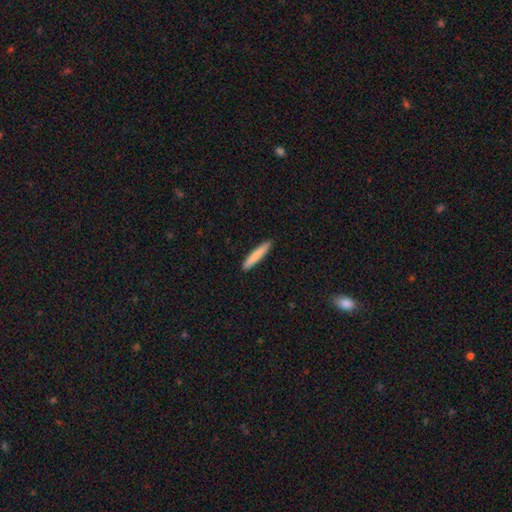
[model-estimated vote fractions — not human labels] smooth-or-featured: smooth: 81% | featured or disk: 14% | star or artifact: 5%
  how-rounded: cigar-shaped: 93% | in between: 5% | round: 1%
  merging: none: 91% | minor disturbance: 7% | major disturbance: 1% | merger: 1%